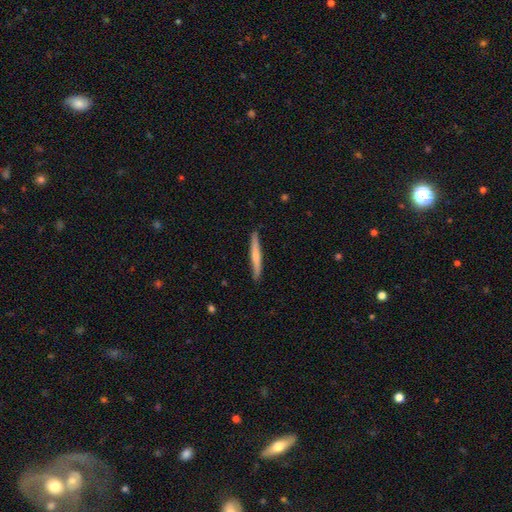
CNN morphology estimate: smooth-or-featured: smooth: 54% | featured or disk: 41% | star or artifact: 5%
  how-rounded: cigar-shaped: 96% | in between: 3% | round: 1%
  merging: none: 87% | minor disturbance: 10% | major disturbance: 2% | merger: 1%